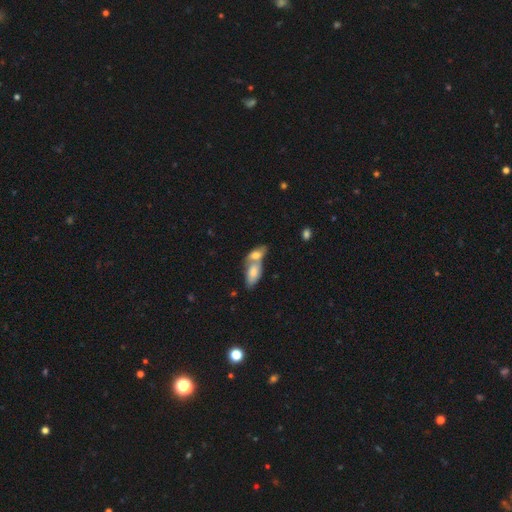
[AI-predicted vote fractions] Smooth or featured? smooth (61%)
How rounded? in between (79%)
Merging? merger (63%)